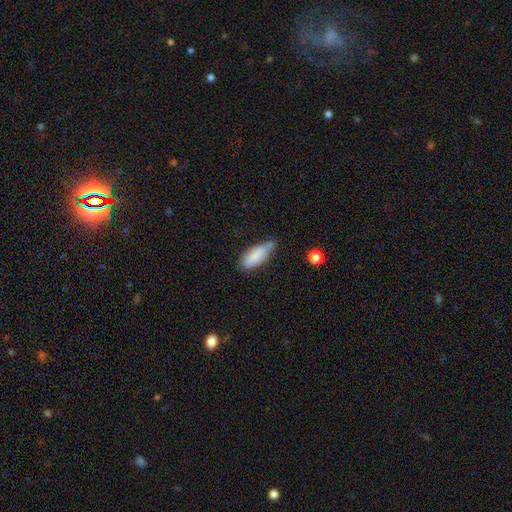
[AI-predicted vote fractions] A smooth galaxy with no disk features (80%) that is in between round and cigar-shaped (67%). Merging: none (43%).